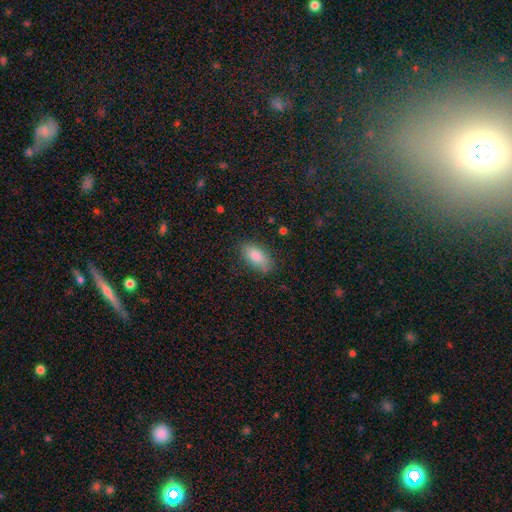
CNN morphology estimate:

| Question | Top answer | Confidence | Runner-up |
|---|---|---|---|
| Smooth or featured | smooth | 85% | featured or disk (8%) |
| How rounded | in between | 89% | cigar-shaped (8%) |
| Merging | none | 82% | minor disturbance (14%) |